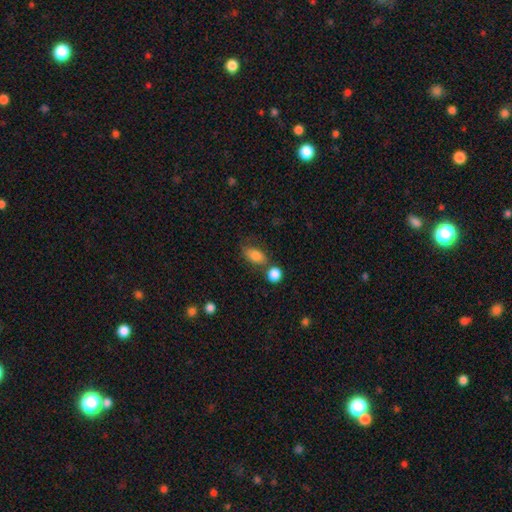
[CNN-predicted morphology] Overall: smooth (82%). How rounded: in between (86%). Merging: none (58%; minor disturbance 18%).